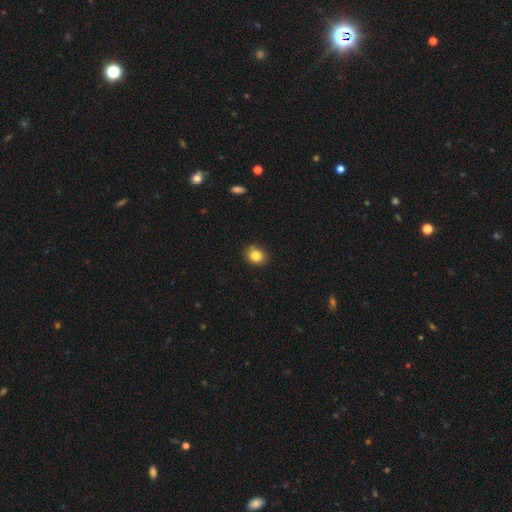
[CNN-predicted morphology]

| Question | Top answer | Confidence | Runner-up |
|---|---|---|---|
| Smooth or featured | smooth | 83% | star or artifact (10%) |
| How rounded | round | 60% | in between (39%) |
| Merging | none | 85% | minor disturbance (12%) |